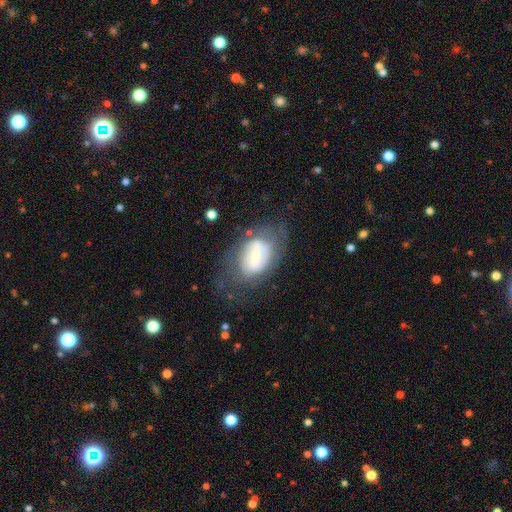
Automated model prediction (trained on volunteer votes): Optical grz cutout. It shows a featured or disk galaxy (53%). Merging: none (54%).